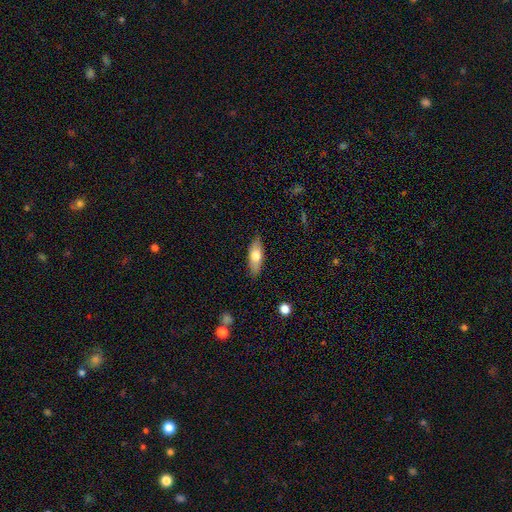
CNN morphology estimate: The model was most divided on "smooth or featured": smooth: 62%, featured or disk: 32%, star or artifact: 6%. More confident: merging — none (86%); how rounded — in between (64%).